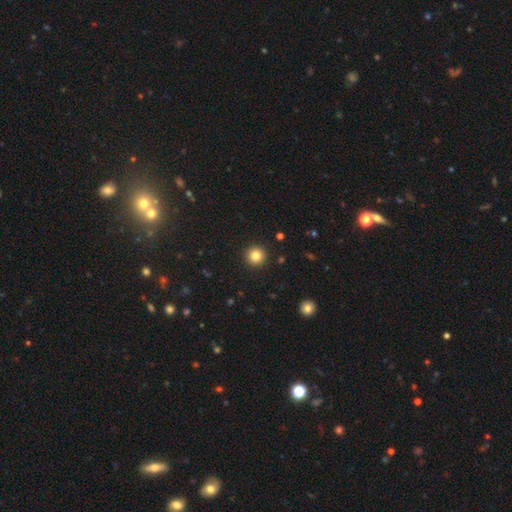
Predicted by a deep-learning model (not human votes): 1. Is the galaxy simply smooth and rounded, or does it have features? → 84% smooth, 11% star or artifact, 5% featured or disk.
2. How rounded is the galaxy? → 96% round, 3% in between, 1% cigar-shaped.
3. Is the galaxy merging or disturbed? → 93% none, 4% minor disturbance, 2% major disturbance, 1% merger.